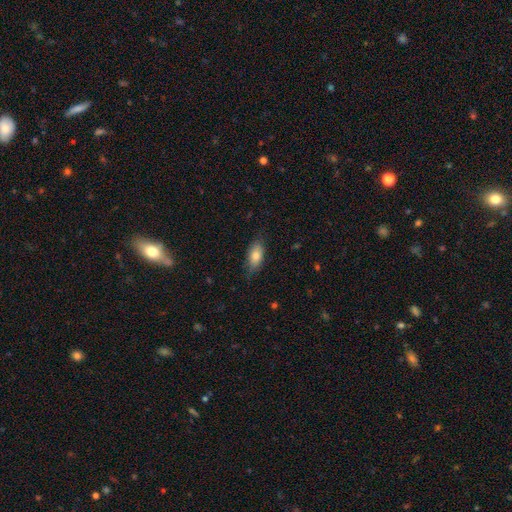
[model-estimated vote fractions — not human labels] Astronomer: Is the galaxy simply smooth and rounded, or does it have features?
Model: smooth — 79%.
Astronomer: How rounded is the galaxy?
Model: in between — 87%.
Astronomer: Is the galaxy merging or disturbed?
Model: none — 76%.